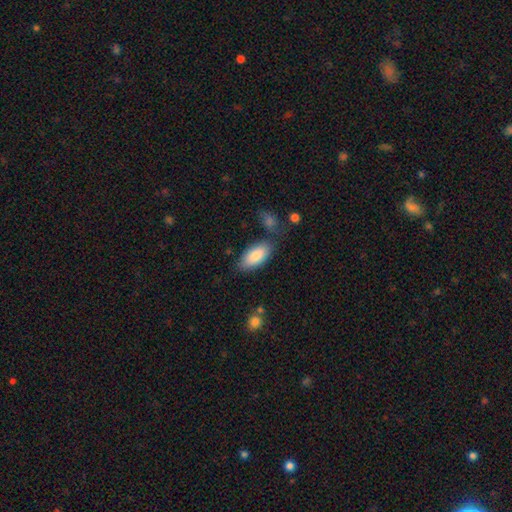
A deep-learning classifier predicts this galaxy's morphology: This is clearly a smooth galaxy (86%). How rounded: clearly in between (89%). Merging: likely none (75%).